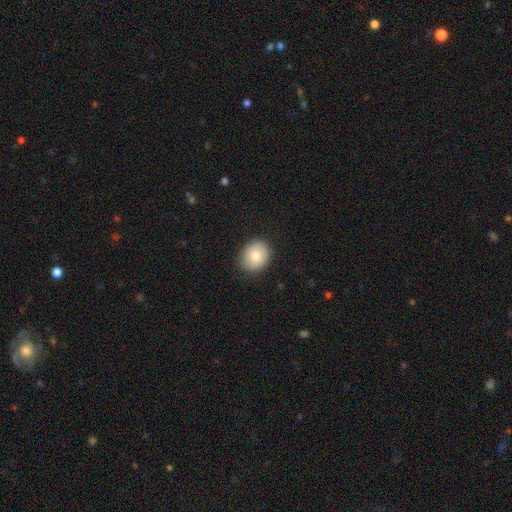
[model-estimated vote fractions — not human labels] The model was most divided on "how rounded": round: 62%, in between: 37%, cigar-shaped: 1%. More confident: merging — none (86%); smooth or featured — smooth (77%).